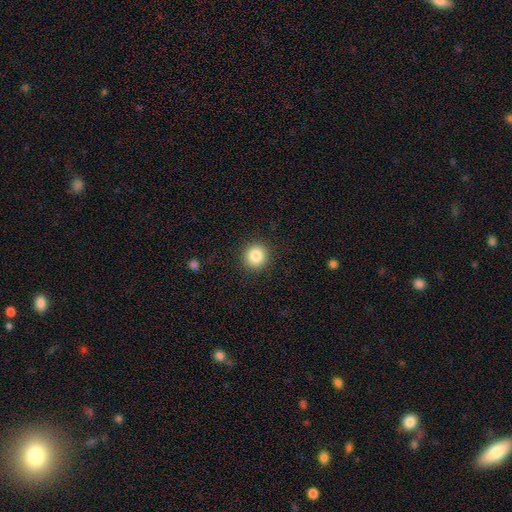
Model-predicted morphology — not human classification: Q: Smooth or featured?
A: smooth (84%); runner-up: star or artifact (10%)
Q: How rounded?
A: round (93%); runner-up: in between (6%)
Q: Merging?
A: none (92%); runner-up: minor disturbance (6%)